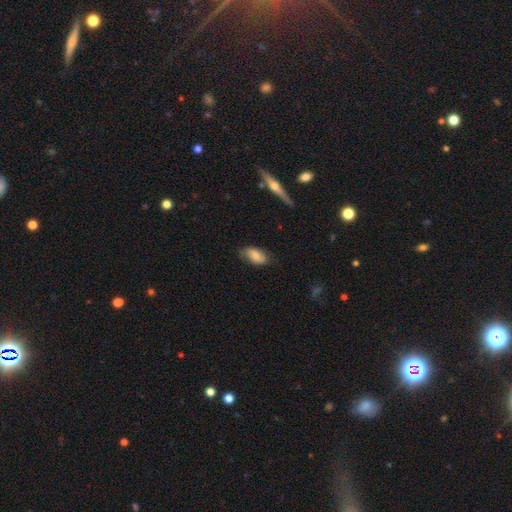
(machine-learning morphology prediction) Smooth or featured? smooth (75%)
How rounded? in between (92%)
Merging? none (71%)